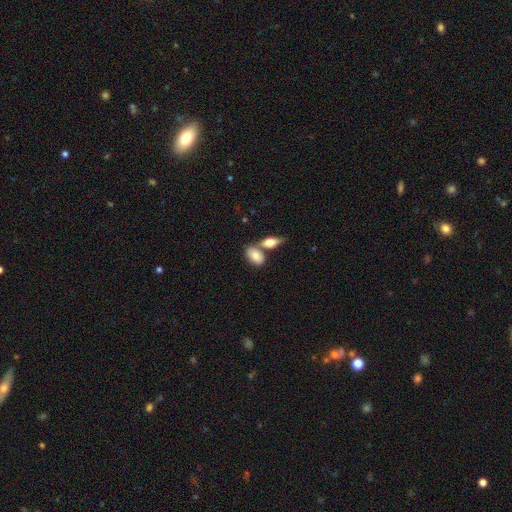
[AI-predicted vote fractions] A smooth galaxy with no disk features (81%) that is in between round and cigar-shaped (89%). Merging: none (45%).